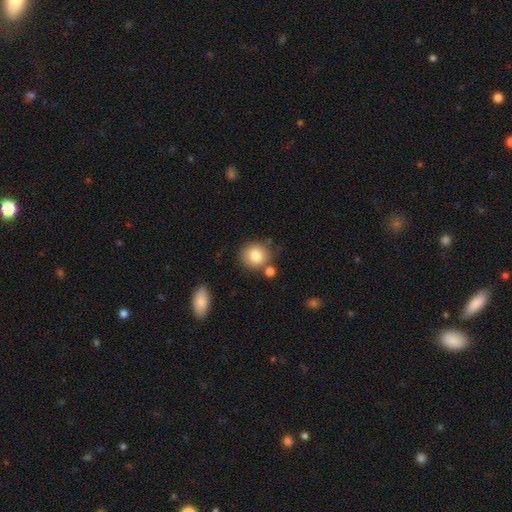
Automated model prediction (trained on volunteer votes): A smooth galaxy with no disk features (82%) that is round (84%). Merging: none (71%).